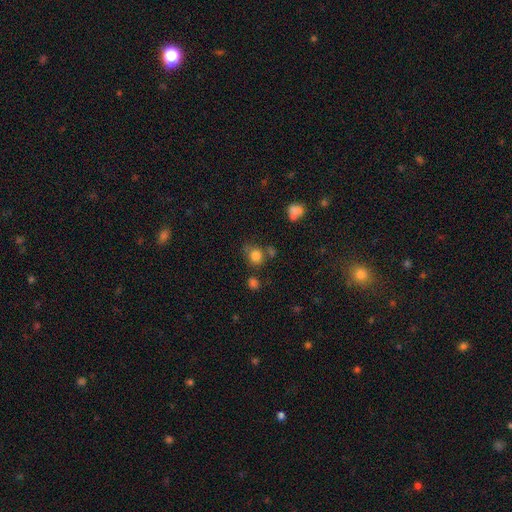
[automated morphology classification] smooth-or-featured: smooth: 81% | star or artifact: 12% | featured or disk: 7%
  how-rounded: round: 78% | in between: 21% | cigar-shaped: 1%
  merging: none: 63% | minor disturbance: 19% | merger: 11% | major disturbance: 7%